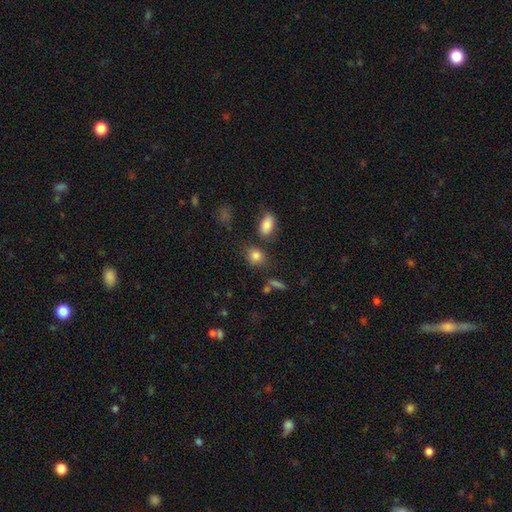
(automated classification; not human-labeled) smooth-or-featured: smooth: 82% | star or artifact: 11% | featured or disk: 7%
  how-rounded: round: 56% | in between: 42% | cigar-shaped: 2%
  merging: none: 70% | minor disturbance: 14% | merger: 10% | major disturbance: 5%